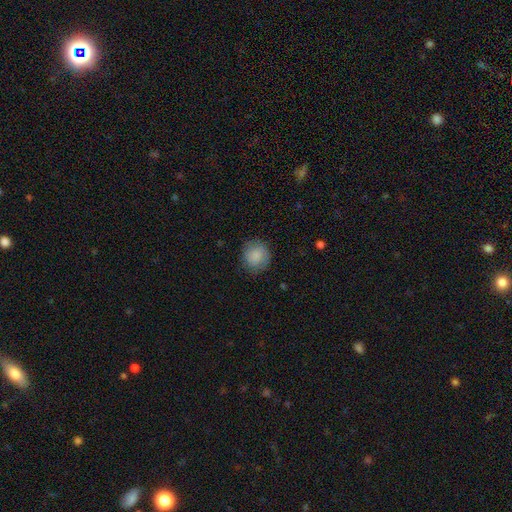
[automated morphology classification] smooth-or-featured: smooth: 84% | featured or disk: 9% | star or artifact: 7%
  how-rounded: round: 87% | in between: 12% | cigar-shaped: 1%
  merging: none: 81% | minor disturbance: 14% | major disturbance: 4% | merger: 1%